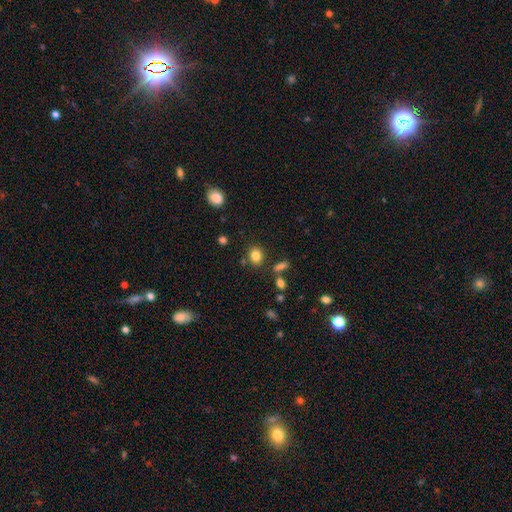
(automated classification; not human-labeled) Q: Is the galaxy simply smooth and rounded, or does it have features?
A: smooth — 83%.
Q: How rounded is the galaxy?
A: round — 50%.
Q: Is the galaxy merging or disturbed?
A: none — 81%.